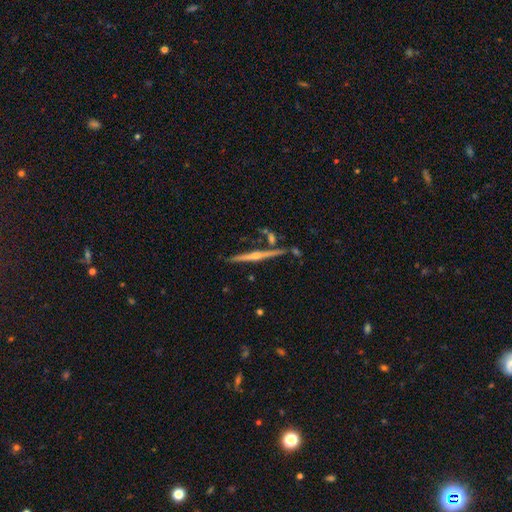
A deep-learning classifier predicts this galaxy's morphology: Smooth or featured? featured or disk (80%)
Edge-on disk? yes (98%)
Edge-on bulge? rounded (85%)
Merging? none (82%)